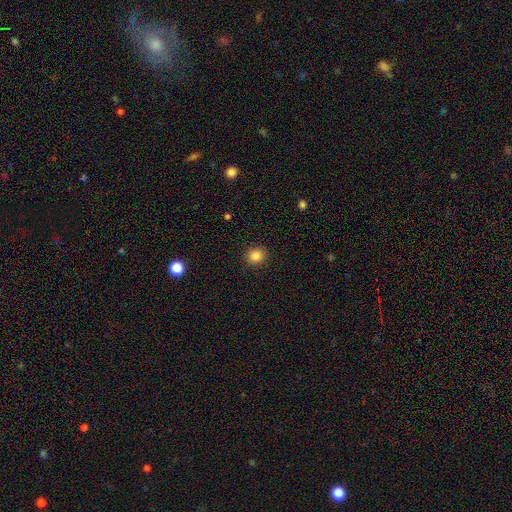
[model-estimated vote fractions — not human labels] Q: Smooth or featured?
A: smooth (85%); runner-up: star or artifact (11%)
Q: How rounded?
A: round (86%); runner-up: in between (13%)
Q: Merging?
A: none (90%); runner-up: minor disturbance (6%)